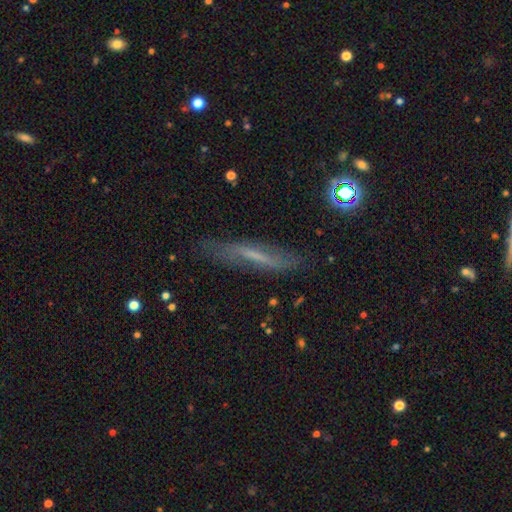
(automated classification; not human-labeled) Smooth or featured?
  - featured or disk: 51% *
  - smooth: 36%
  - star or artifact: 13%
Edge-on disk?
  - yes: 60% *
  - no: 40%
Merging?
  - none: 74% *
  - minor disturbance: 18%
  - major disturbance: 7%
  - merger: 2%